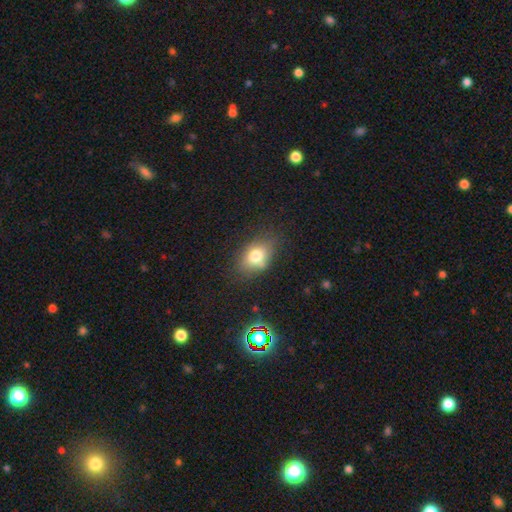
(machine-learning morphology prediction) A smooth galaxy with no disk features (75%) that is in between round and cigar-shaped (74%). Merging: none (69%).